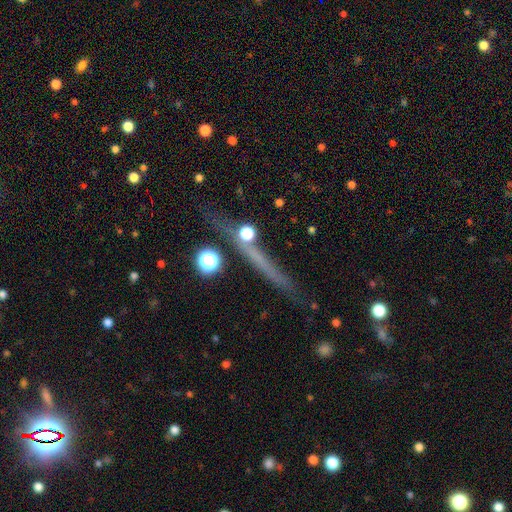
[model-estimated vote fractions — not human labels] Smooth or featured: featured or disk — 43% (smooth — 33%)
Merging: none — 76% (minor disturbance — 11%)